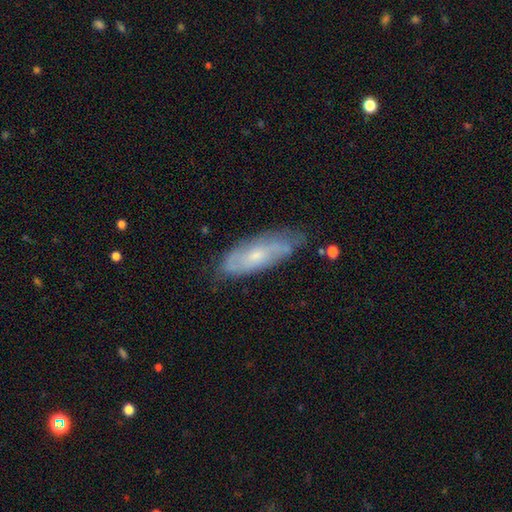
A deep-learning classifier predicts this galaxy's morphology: Smooth or featured? featured or disk (53%)
Edge-on disk? no (78%)
Merging? none (66%)